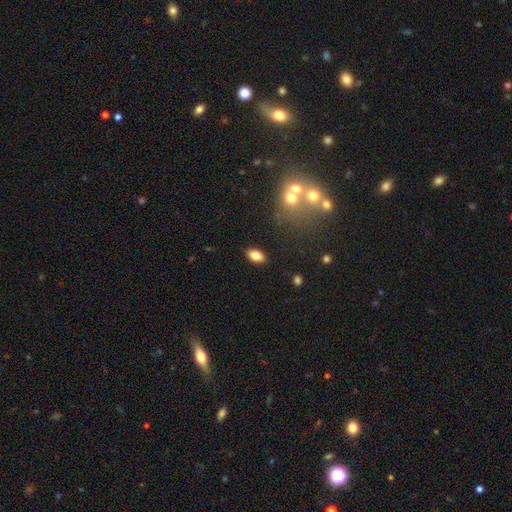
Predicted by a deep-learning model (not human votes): The model was most divided on "smooth or featured": smooth: 84%, star or artifact: 9%, featured or disk: 7%. More confident: how rounded — in between (91%); merging — none (87%).